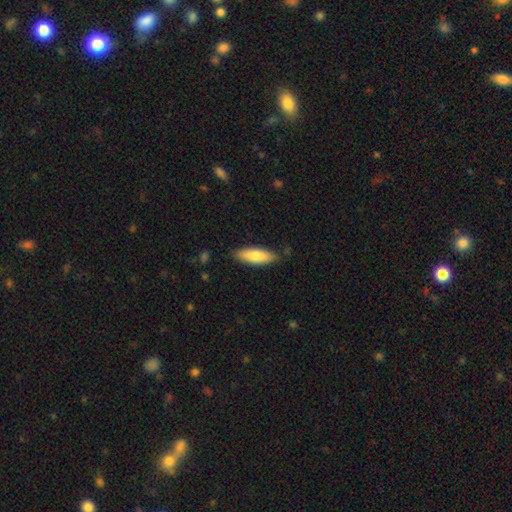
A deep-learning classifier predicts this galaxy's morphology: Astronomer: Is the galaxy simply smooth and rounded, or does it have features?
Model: smooth — 77%.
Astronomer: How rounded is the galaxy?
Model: in between — 53% (runner-up: cigar-shaped, 45%).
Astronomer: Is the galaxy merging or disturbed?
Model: none — 84%.